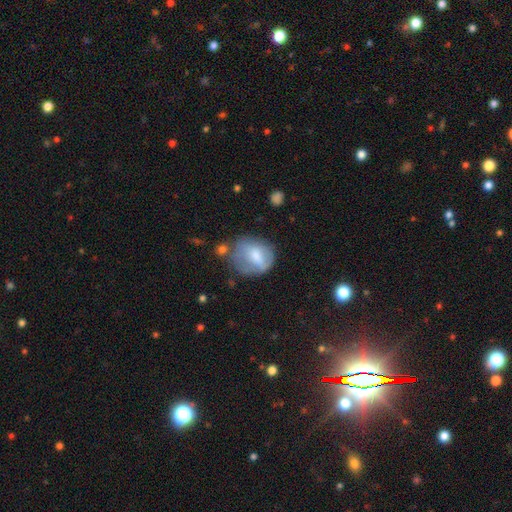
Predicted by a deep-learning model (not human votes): This is likely a smooth galaxy (61%). How rounded: likely round (61%). Merging: marginally none (42%).